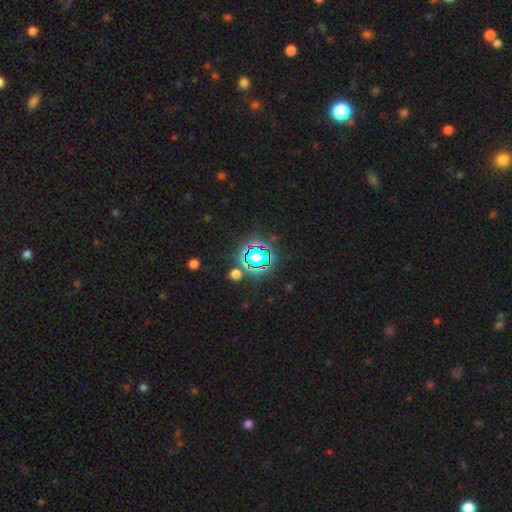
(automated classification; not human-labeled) Smooth or featured? Predicted: star or artifact (p=0.65).